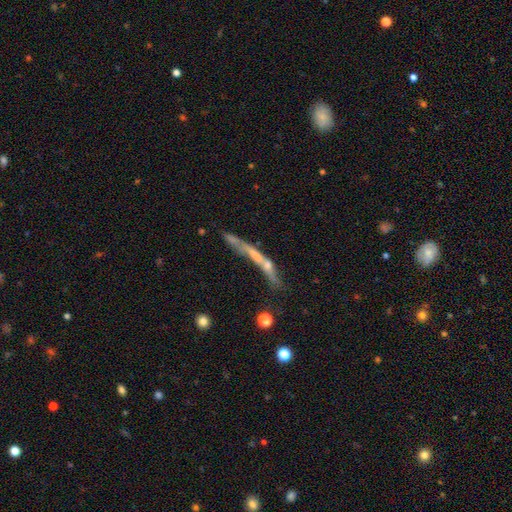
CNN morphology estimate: Q: Smooth or featured?
A: featured or disk (55%); runner-up: smooth (32%)
Q: Edge-on disk?
A: yes (71%); runner-up: no (29%)
Q: Merging?
A: none (39%); runner-up: merger (21%)